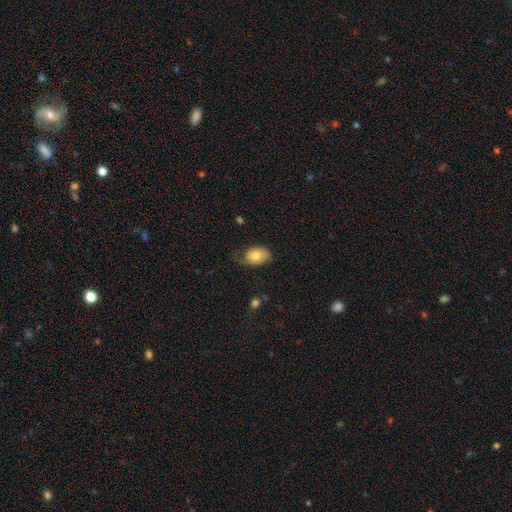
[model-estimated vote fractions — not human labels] Smooth or featured: smooth — 70% (featured or disk — 22%)
How rounded: in between — 84% (round — 15%)
Merging: none — 41% (minor disturbance — 32%)